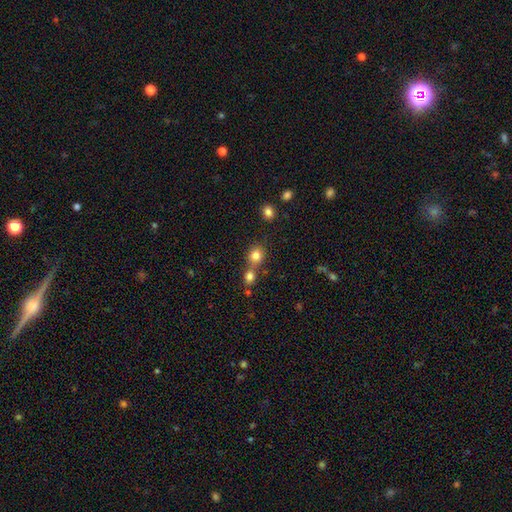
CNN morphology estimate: Smooth or featured? smooth (81%)
How rounded? round (80%)
Merging? none (53%)